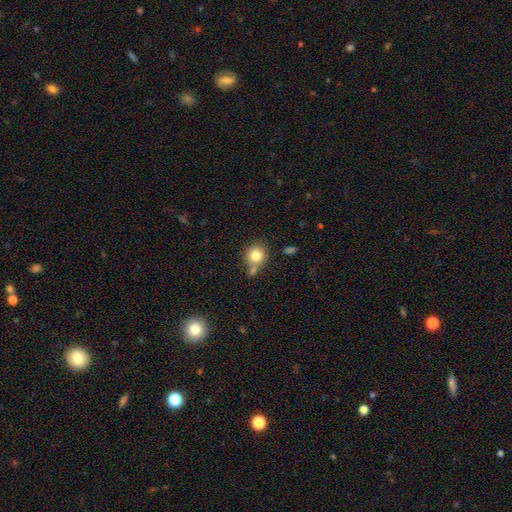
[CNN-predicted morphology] Smooth or featured: smooth — 80% (star or artifact — 10%)
How rounded: round — 86% (in between — 13%)
Merging: none — 60% (merger — 23%)